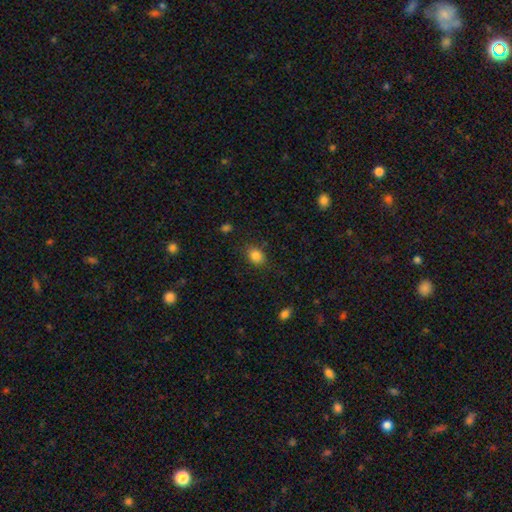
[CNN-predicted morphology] This appears to be a smooth galaxy with no disk features (84%) that is in between round and cigar-shaped (63%). Merging: none (80%).